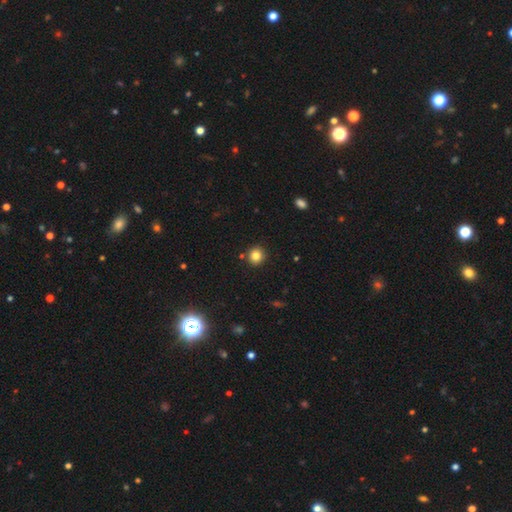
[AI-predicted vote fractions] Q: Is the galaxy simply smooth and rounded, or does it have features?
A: smooth — 82%.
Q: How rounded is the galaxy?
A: round — 91%.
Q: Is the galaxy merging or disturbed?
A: none — 89%.